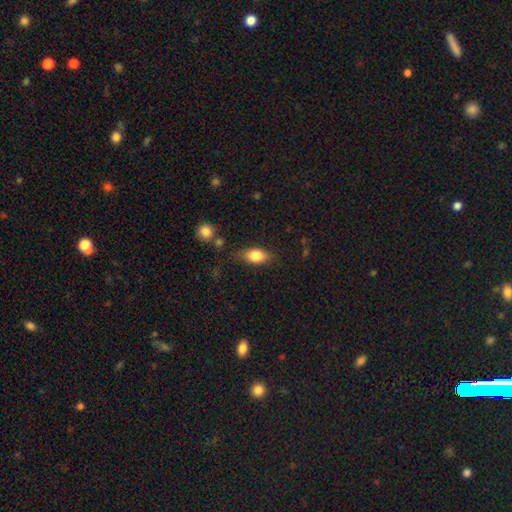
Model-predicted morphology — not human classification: Smooth or featured? Predicted: smooth (p=0.82). How rounded? Predicted: in between (p=0.85). Merging? Predicted: none (p=0.72).